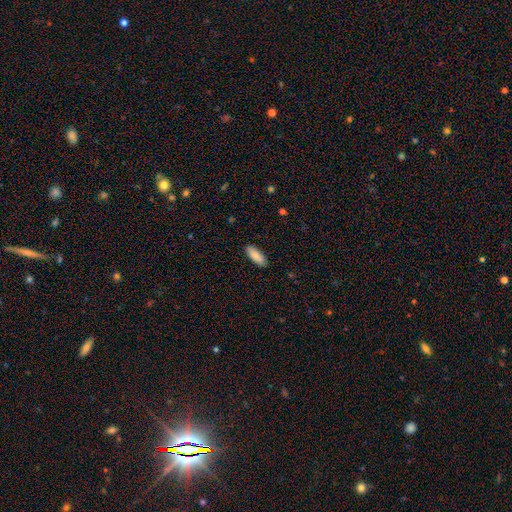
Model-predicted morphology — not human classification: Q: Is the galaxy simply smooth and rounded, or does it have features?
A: smooth — 89%.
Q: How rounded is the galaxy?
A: in between — 71%.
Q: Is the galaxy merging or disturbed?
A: none — 88%.